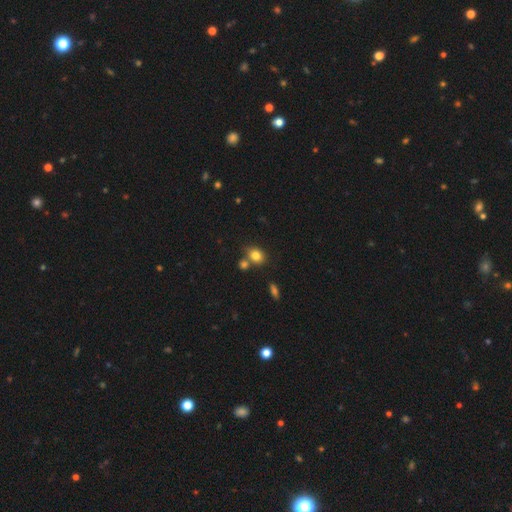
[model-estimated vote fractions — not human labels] This appears to be a smooth galaxy with no disk features (81%) that is in between round and cigar-shaped (49%, tied with round). Merging: none (61%).